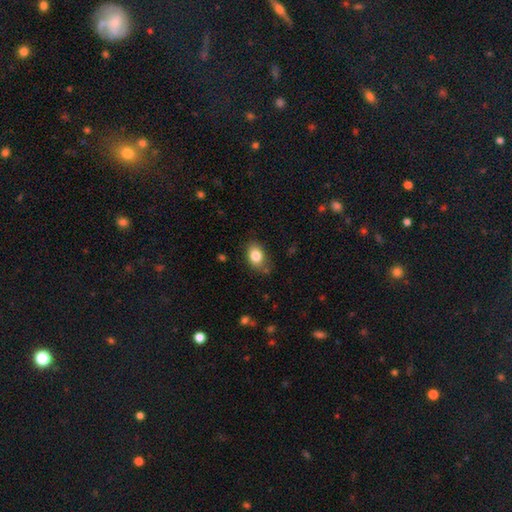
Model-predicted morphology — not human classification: Smooth or featured: smooth — 82% (featured or disk — 9%)
How rounded: in between — 80% (round — 19%)
Merging: none — 77% (minor disturbance — 18%)